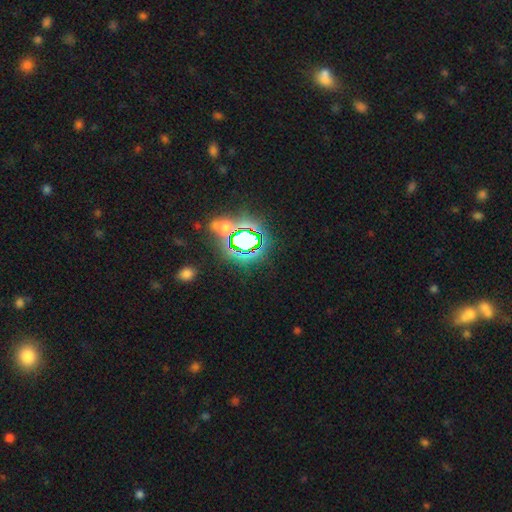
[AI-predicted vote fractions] A star or artifact, not a galaxy (80%).

Vote fractions:
- Smooth or featured? star or artifact: 80% / smooth: 13% / featured or disk: 7%